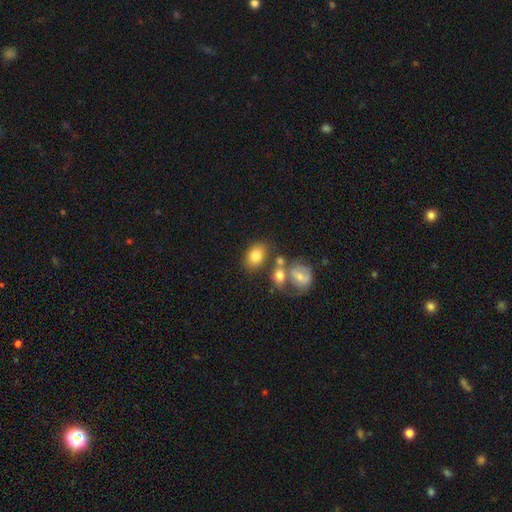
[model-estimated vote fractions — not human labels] Smooth or featured? Predicted: smooth (p=0.76). How rounded? Predicted: in between (p=0.72). Merging? Predicted: none (p=0.59).